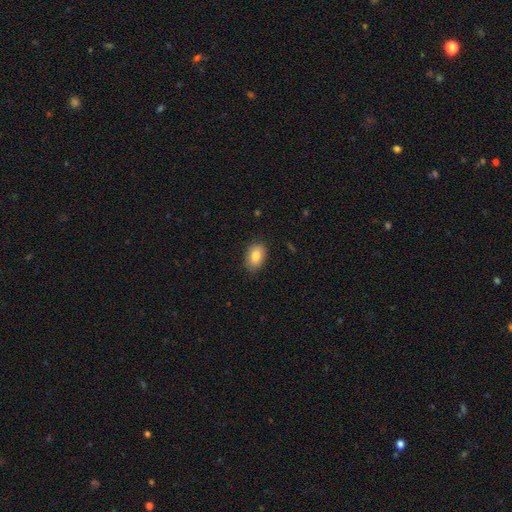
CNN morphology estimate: Smooth or featured: smooth — 84% (featured or disk — 9%)
How rounded: in between — 86% (round — 12%)
Merging: none — 85% (minor disturbance — 12%)